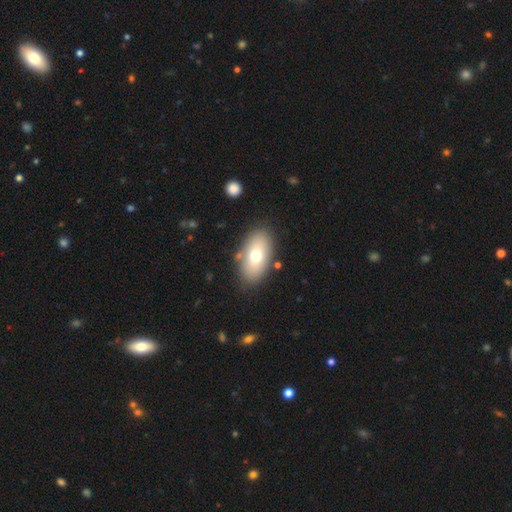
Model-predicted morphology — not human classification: A smooth galaxy with no disk features (69%) that is in between round and cigar-shaped (92%). Merging: none (83%).